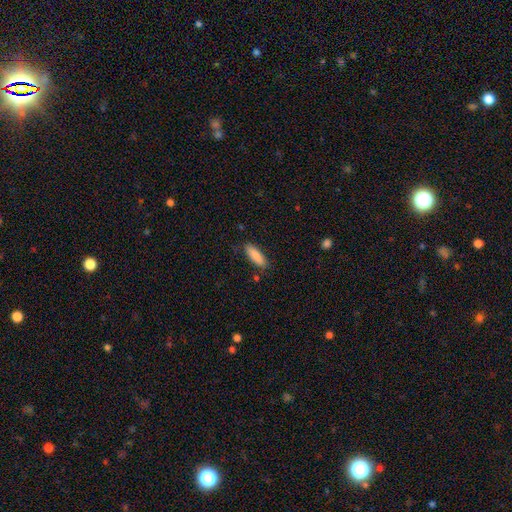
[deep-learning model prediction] Morphology: type=smooth (87%); roundness=in between (51%); merging=none (84%).